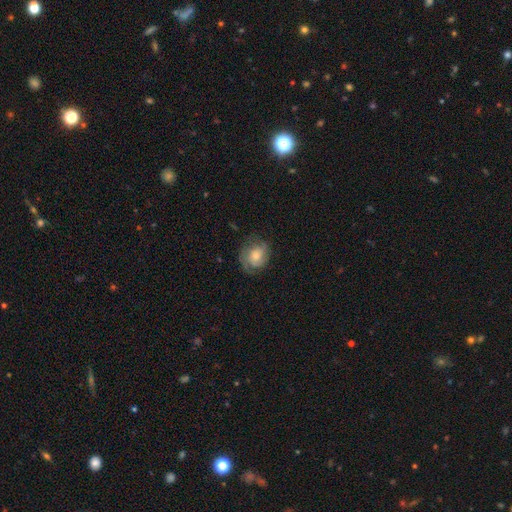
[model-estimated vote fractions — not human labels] Smooth or featured? smooth (48%)
Merging? none (62%)